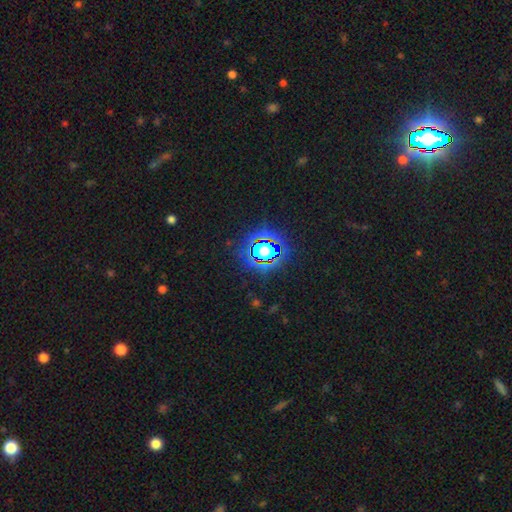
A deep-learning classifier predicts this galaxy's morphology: Smooth or featured?
  - star or artifact: 82% *
  - smooth: 11%
  - featured or disk: 7%